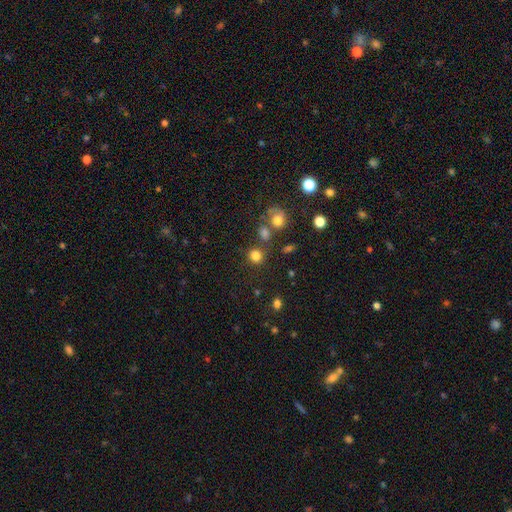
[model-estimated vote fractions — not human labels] Morphology: type=smooth (79%); roundness=round (88%); merging=none (74%).